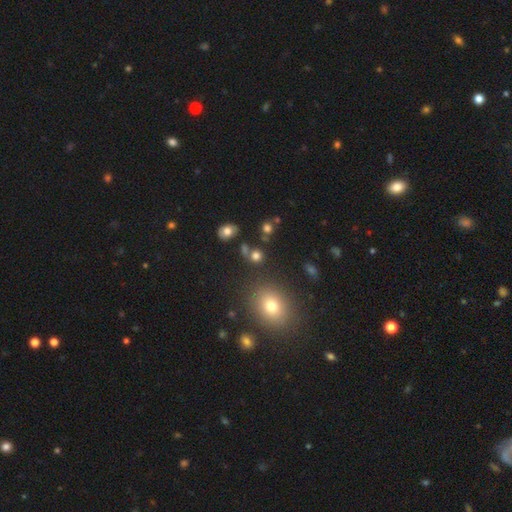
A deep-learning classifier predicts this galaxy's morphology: Smooth or featured? smooth (74%)
How rounded? round (79%)
Merging? none (70%)